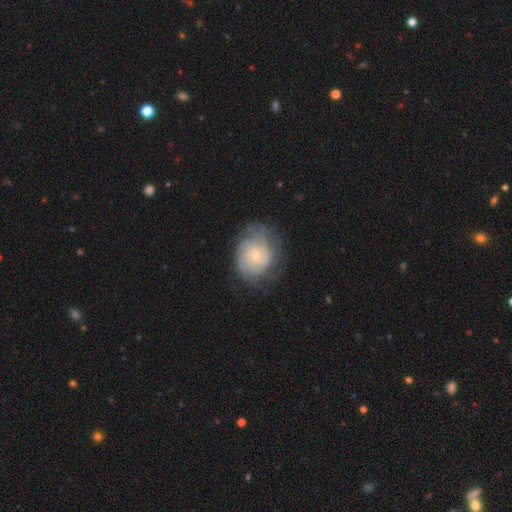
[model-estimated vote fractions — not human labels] Smooth or featured? Predicted: featured or disk (p=0.85). Edge-on disk? Predicted: no (p=0.98). Bar? Predicted: no (p=0.59). Spiral arms? Predicted: yes (p=0.97). Spiral winding? Predicted: tight (p=0.78). Spiral arm count? Predicted: can't tell (p=0.29). Bulge size? Predicted: small (p=0.69). Merging? Predicted: none (p=0.74).